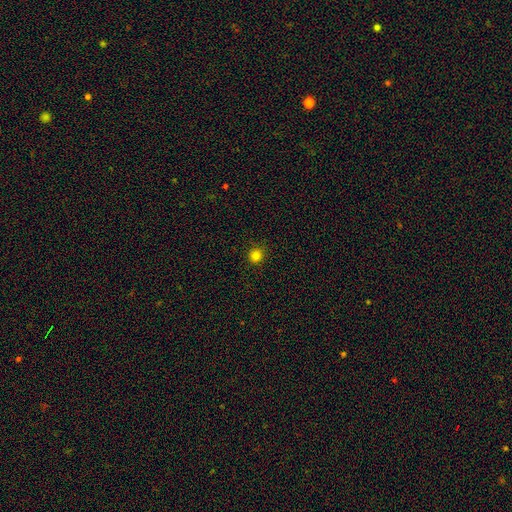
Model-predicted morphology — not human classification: The model was most divided on "smooth or featured": smooth: 81%, star or artifact: 14%, featured or disk: 4%. More confident: how rounded — round (91%); merging — none (90%).